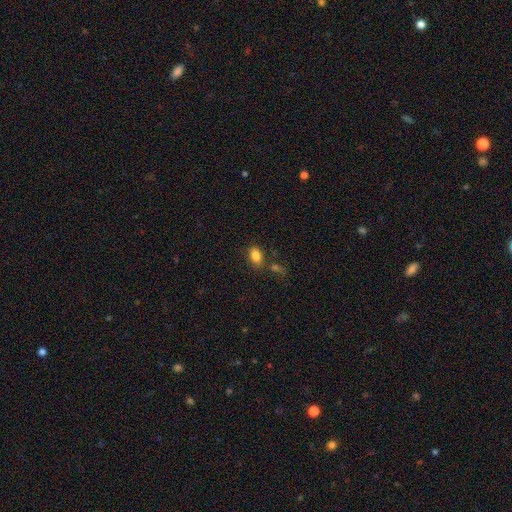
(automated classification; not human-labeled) A smooth galaxy with no disk features (83%) that is in between round and cigar-shaped (84%). Merging: none (68%).